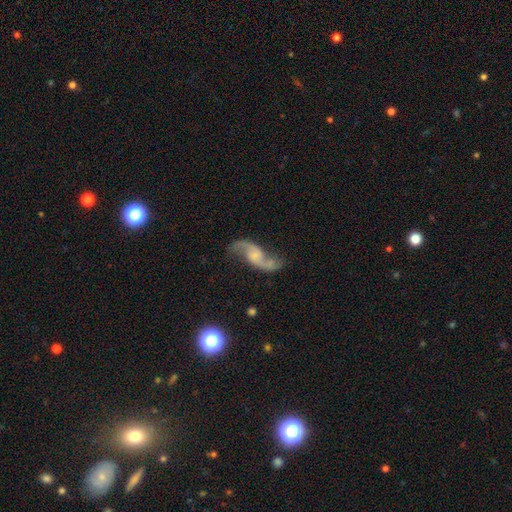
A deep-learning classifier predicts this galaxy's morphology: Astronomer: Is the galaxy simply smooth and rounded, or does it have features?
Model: featured or disk — 86%.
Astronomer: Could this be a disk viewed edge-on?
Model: no — 96%.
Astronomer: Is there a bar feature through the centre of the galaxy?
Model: no — 54% (runner-up: weak, 37%).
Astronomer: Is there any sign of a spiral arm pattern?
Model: yes — 96%.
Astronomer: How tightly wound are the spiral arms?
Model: loose — 82%.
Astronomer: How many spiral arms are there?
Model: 2 — 93%.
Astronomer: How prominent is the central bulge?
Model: small — 47% (runner-up: none, 28%).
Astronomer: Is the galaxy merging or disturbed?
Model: none — 69%.